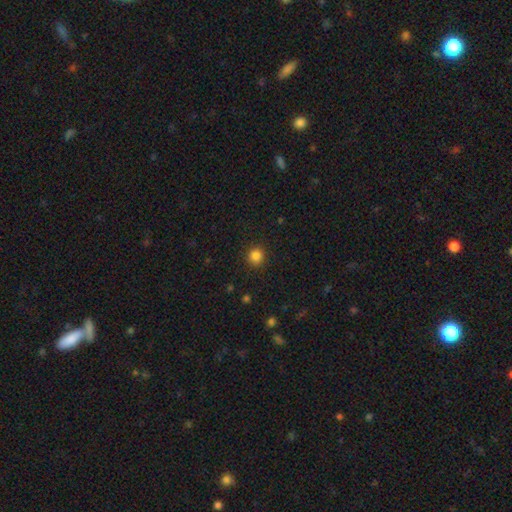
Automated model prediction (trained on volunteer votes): smooth_or_featured: smooth (p=0.84) [alt: star or artifact p=0.12]
how_rounded: round (p=0.92) [alt: in between p=0.07]
merging: none (p=0.92) [alt: minor disturbance p=0.05]